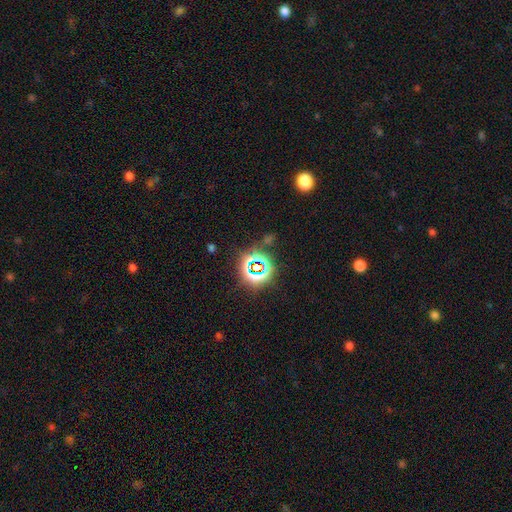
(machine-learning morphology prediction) Q: Smooth or featured?
A: star or artifact (74%); runner-up: smooth (17%)